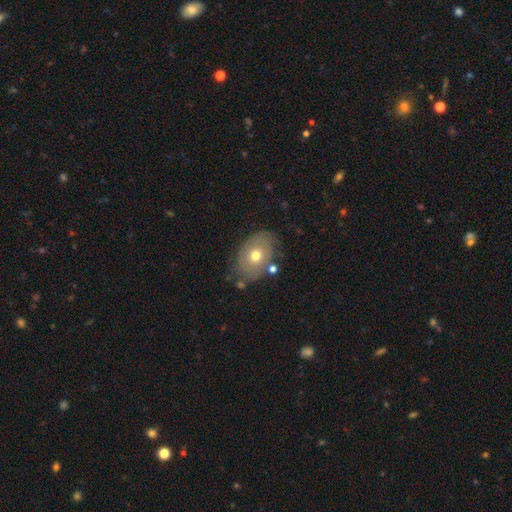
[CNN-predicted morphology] smooth-or-featured: smooth: 59% | featured or disk: 32% | star or artifact: 8%
  how-rounded: in between: 76% | round: 22% | cigar-shaped: 1%
  merging: none: 71% | minor disturbance: 18% | major disturbance: 6% | merger: 6%